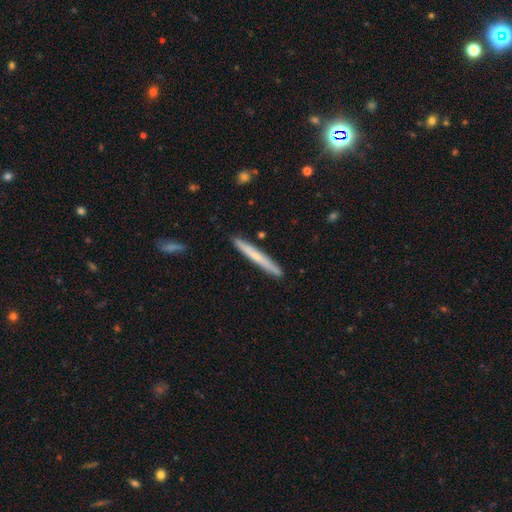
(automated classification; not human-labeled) Smooth or featured: smooth — 56% (featured or disk — 38%)
How rounded: cigar-shaped — 97% (in between — 2%)
Merging: none — 90% (minor disturbance — 7%)